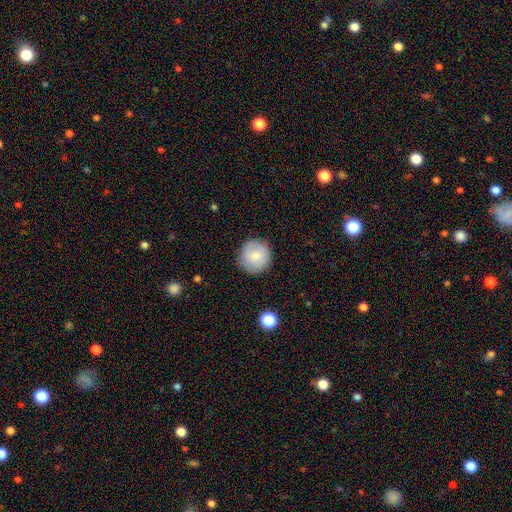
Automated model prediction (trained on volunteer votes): Smooth or featured?
  - smooth: 77% *
  - featured or disk: 16%
  - star or artifact: 7%
How rounded?
  - round: 94% *
  - in between: 5%
  - cigar-shaped: 1%
Merging?
  - none: 88% *
  - minor disturbance: 9%
  - major disturbance: 2%
  - merger: 1%